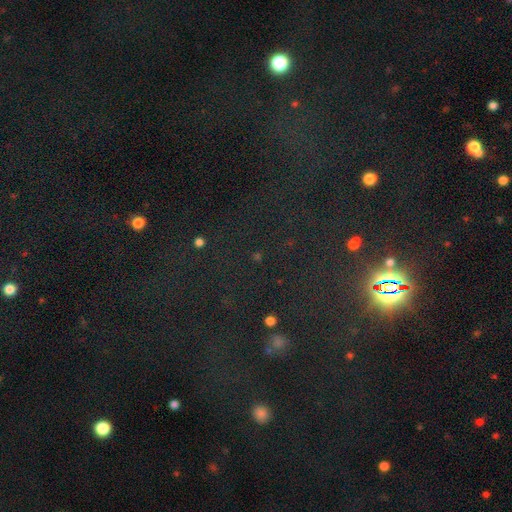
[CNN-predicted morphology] Q: Smooth or featured?
A: star or artifact (73%); runner-up: smooth (18%)